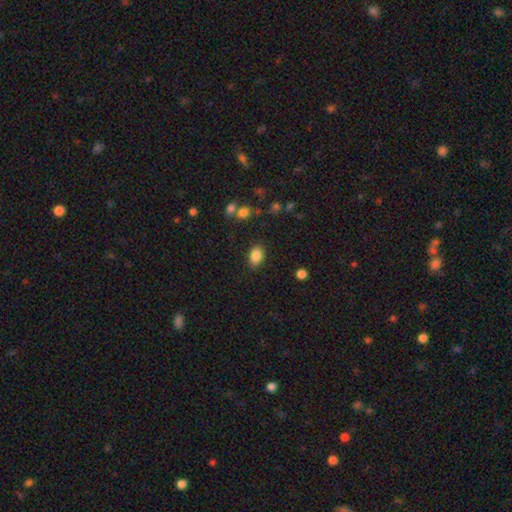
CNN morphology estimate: Smooth or featured?
  - smooth: 85% *
  - star or artifact: 9%
  - featured or disk: 6%
How rounded?
  - in between: 81% *
  - round: 18%
  - cigar-shaped: 1%
Merging?
  - none: 85% *
  - minor disturbance: 10%
  - major disturbance: 3%
  - merger: 2%